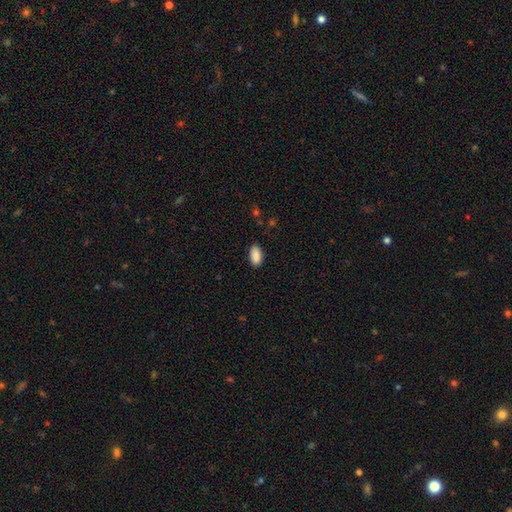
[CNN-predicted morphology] A smooth galaxy with no disk features (90%) that is in between round and cigar-shaped (94%). Merging: none (87%).